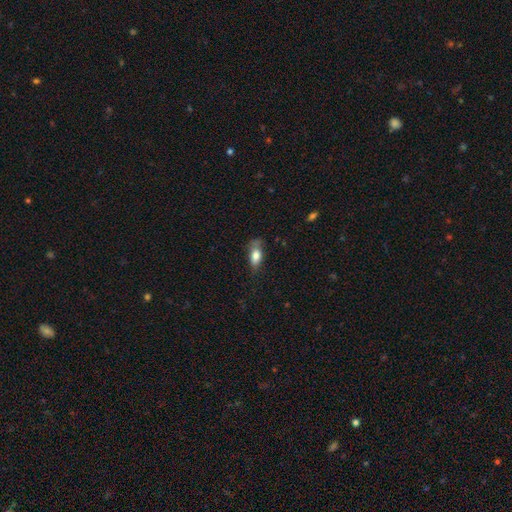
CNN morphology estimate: Smooth or featured?
  - smooth: 75% *
  - featured or disk: 18%
  - star or artifact: 8%
How rounded?
  - in between: 81% *
  - cigar-shaped: 14%
  - round: 5%
Merging?
  - none: 51% *
  - minor disturbance: 33%
  - major disturbance: 13%
  - merger: 3%